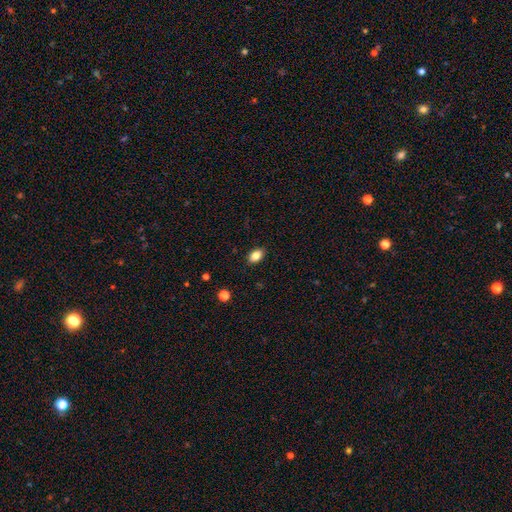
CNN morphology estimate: Smooth or featured: smooth — 85% (star or artifact — 9%)
How rounded: in between — 84% (round — 15%)
Merging: none — 89% (minor disturbance — 8%)